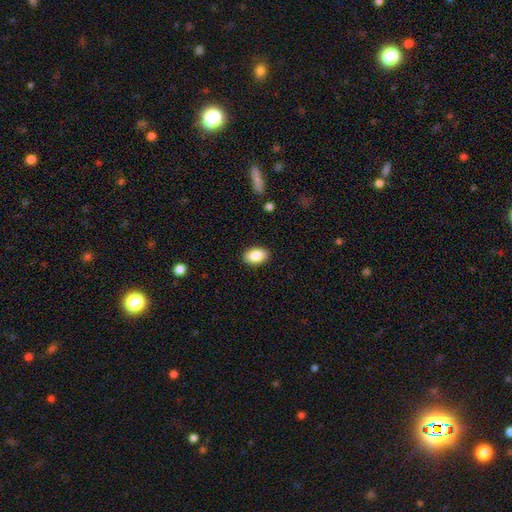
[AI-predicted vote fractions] Smooth or featured? Predicted: smooth (p=0.87). How rounded? Predicted: in between (p=0.90). Merging? Predicted: none (p=0.89).